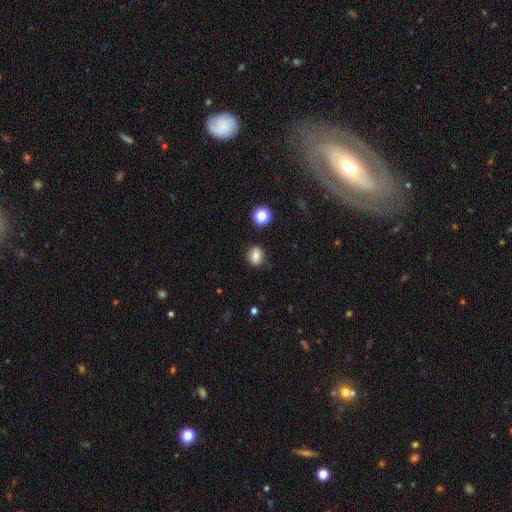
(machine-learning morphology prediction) type=smooth (79%); roundness=round (59%); merging=none (84%).